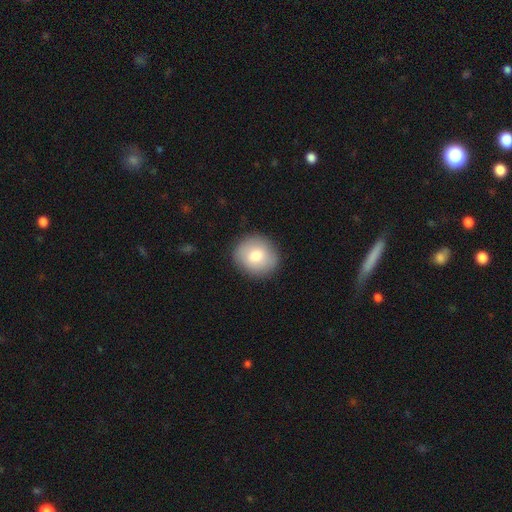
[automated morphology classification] Q: Smooth or featured?
A: smooth (78%); runner-up: featured or disk (15%)
Q: How rounded?
A: round (86%); runner-up: in between (13%)
Q: Merging?
A: none (89%); runner-up: minor disturbance (8%)